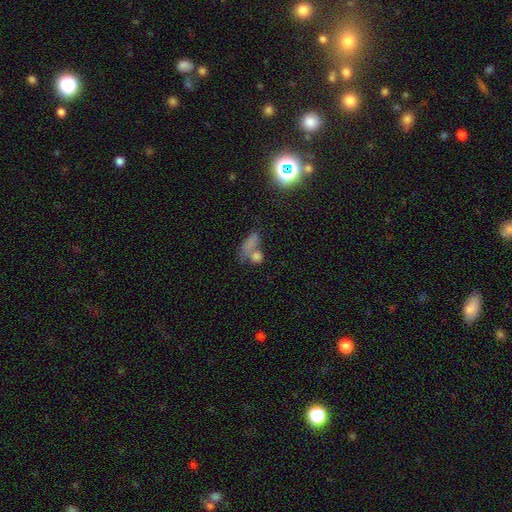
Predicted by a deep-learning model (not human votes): This appears to be a smooth galaxy with no disk features (71%) that is in between round and cigar-shaped (53%). Merging: merger (44%).